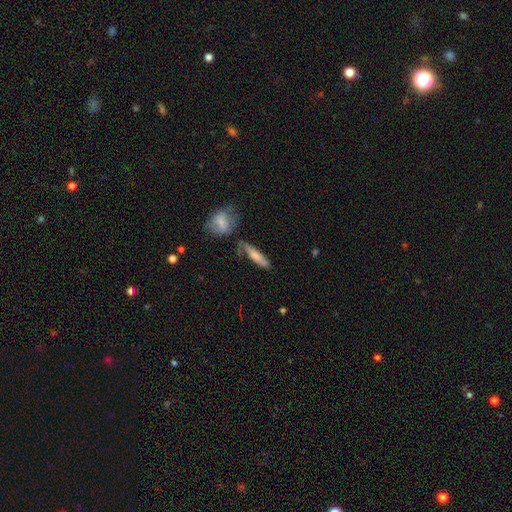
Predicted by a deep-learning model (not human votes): Smooth or featured? smooth (71%)
How rounded? cigar-shaped (74%)
Merging? none (57%)